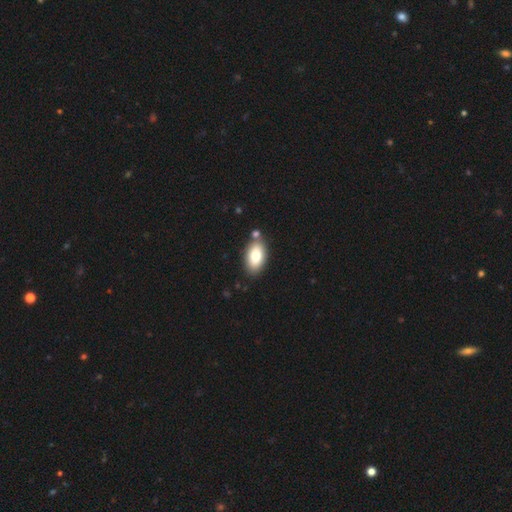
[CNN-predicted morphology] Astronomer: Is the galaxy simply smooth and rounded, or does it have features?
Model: smooth — 78%.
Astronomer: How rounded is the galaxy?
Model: in between — 93%.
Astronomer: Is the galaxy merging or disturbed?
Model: none — 74%.